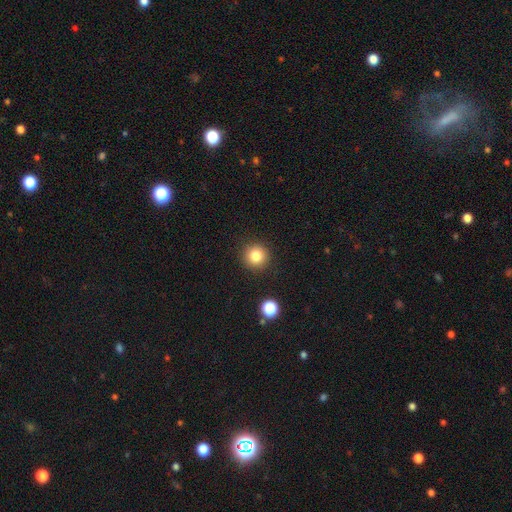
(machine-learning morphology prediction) Smooth or featured?
  - smooth: 82% *
  - star or artifact: 12%
  - featured or disk: 6%
How rounded?
  - round: 94% *
  - in between: 5%
  - cigar-shaped: 1%
Merging?
  - none: 91% *
  - minor disturbance: 6%
  - major disturbance: 2%
  - merger: 2%